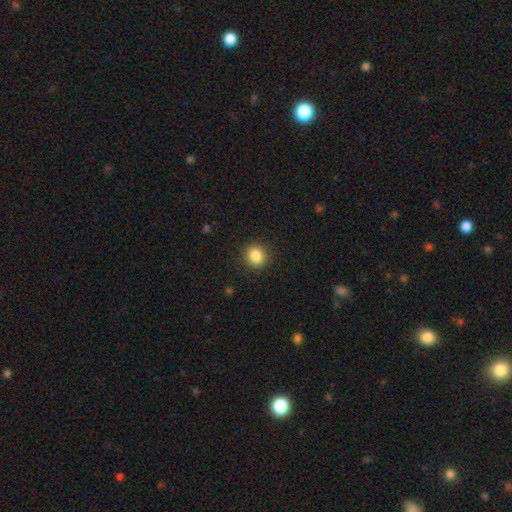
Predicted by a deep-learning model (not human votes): smooth_or_featured: smooth (p=0.86) [alt: star or artifact p=0.10]
how_rounded: round (p=0.89) [alt: in between p=0.10]
merging: none (p=0.90) [alt: minor disturbance p=0.07]